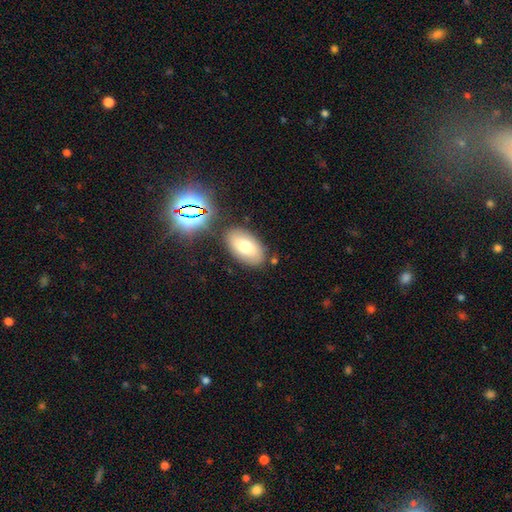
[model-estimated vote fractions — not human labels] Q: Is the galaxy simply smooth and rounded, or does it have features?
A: smooth — 68%.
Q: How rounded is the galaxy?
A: in between — 92%.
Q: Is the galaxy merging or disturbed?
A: none — 80%.